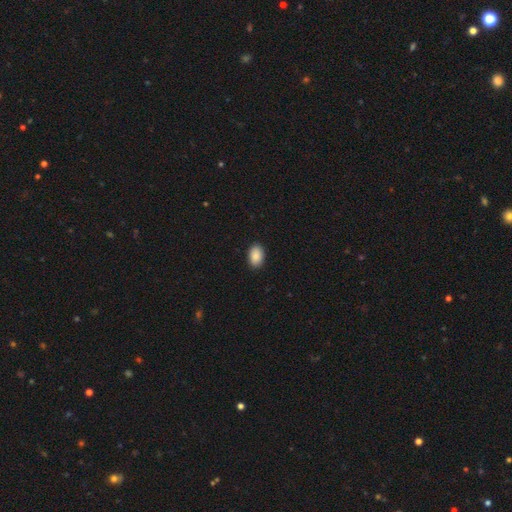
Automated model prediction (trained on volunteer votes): smooth_or_featured: smooth (p=0.90) [alt: star or artifact p=0.07]
how_rounded: in between (p=0.90) [alt: round p=0.09]
merging: none (p=0.90) [alt: minor disturbance p=0.07]